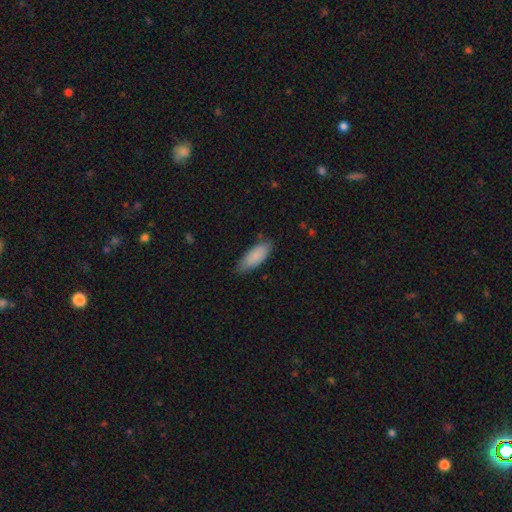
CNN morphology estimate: Overall: smooth (87%). How rounded: in between (77%). Merging: none (77%).